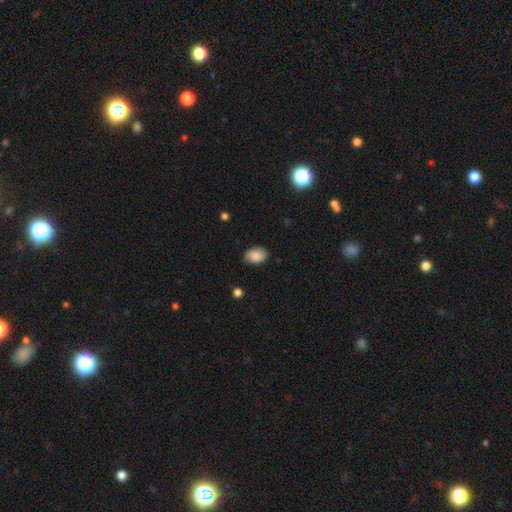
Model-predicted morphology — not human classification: smooth_or_featured: smooth (p=0.85) [alt: featured or disk p=0.08]
how_rounded: in between (p=0.83) [alt: round p=0.16]
merging: none (p=0.79) [alt: minor disturbance p=0.17]